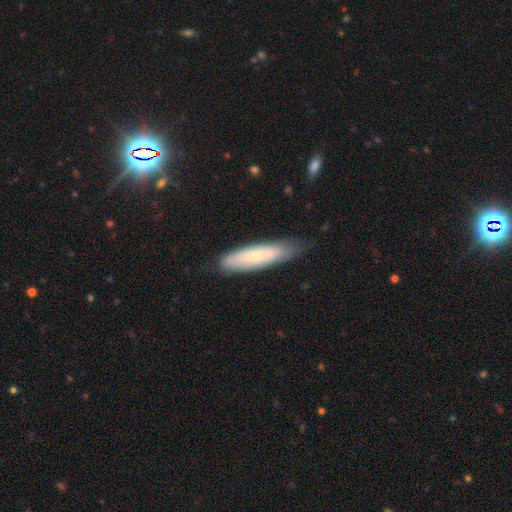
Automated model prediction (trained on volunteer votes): Morphology: type=smooth (67%); roundness=cigar-shaped (73%); merging=none (71%).